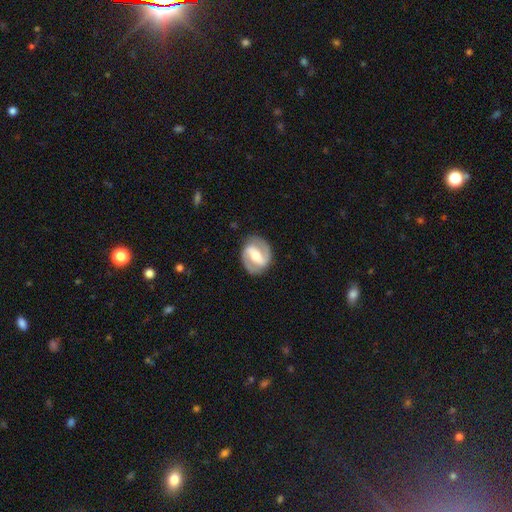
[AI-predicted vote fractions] This is clearly a featured or disk galaxy (81%). It is clearly not viewed edge-on (97%). Bar: likely strong (63%). Spiral arm pattern: clearly yes (85%). Spiral arm count: clearly 2 (91%). Spiral winding: possibly medium (47%). Central bulge: likely moderate (61%). Merging: clearly none (86%).